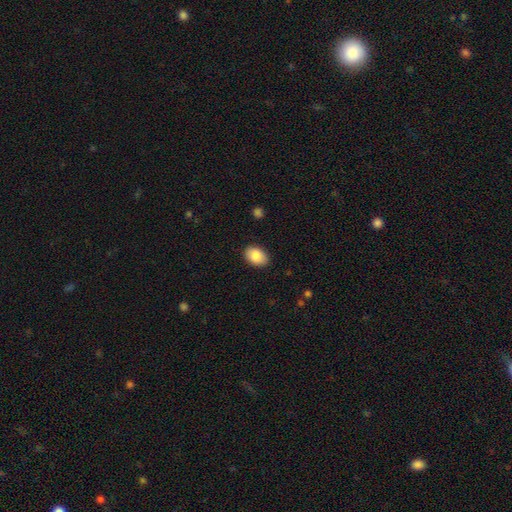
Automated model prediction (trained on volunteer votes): Smooth or featured? smooth (86%)
How rounded? in between (84%)
Merging? none (88%)